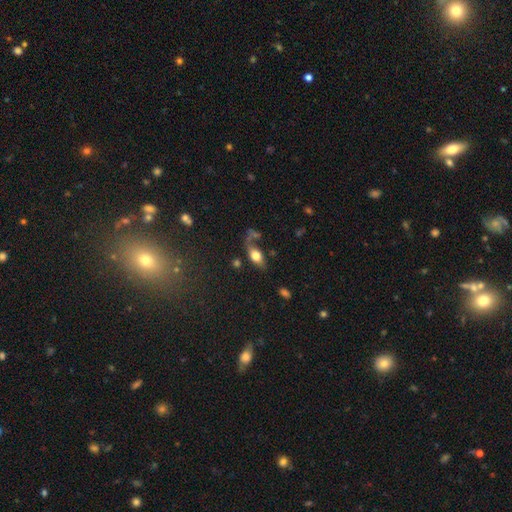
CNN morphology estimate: type=smooth (65%); roundness=in between (81%); merging=none (41%).